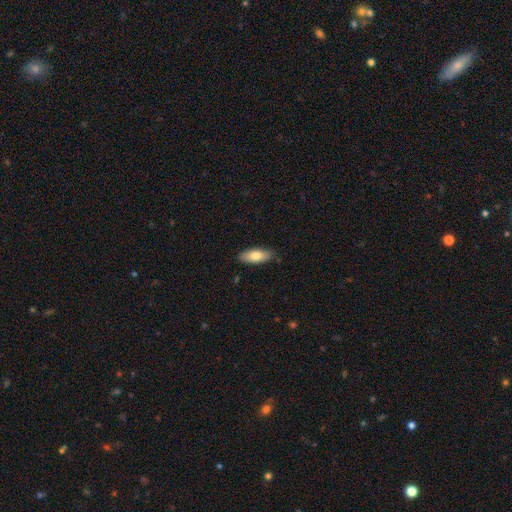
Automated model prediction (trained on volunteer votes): The model was most divided on "how rounded": in between: 78%, cigar-shaped: 20%, round: 2%. More confident: merging — none (85%); smooth or featured — smooth (77%).